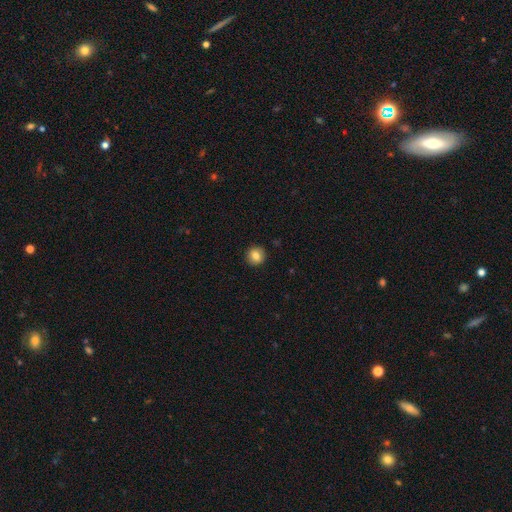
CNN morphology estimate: This appears to be a smooth galaxy with no disk features (82%) that is round (93%). Merging: none (92%).